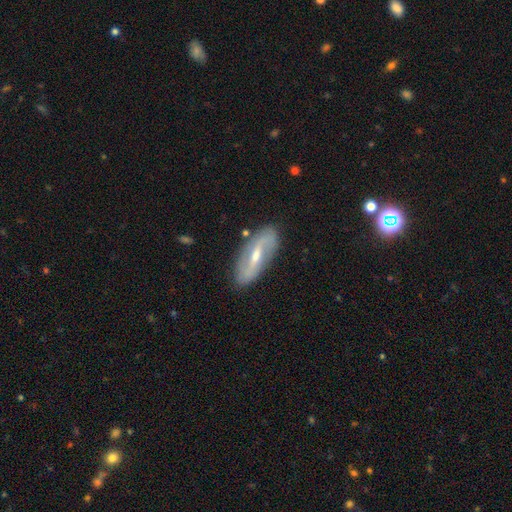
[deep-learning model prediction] Overall: featured or disk (74%). Edge-on disk: no (87%). Bar: weak (41%; strong 39%). Spiral arms: yes (81%). Spiral arm count: 2 (87%). Spiral winding: loose (52%; medium 30%). Bulge size: moderate (52%; small 43%). Merging: none (85%).